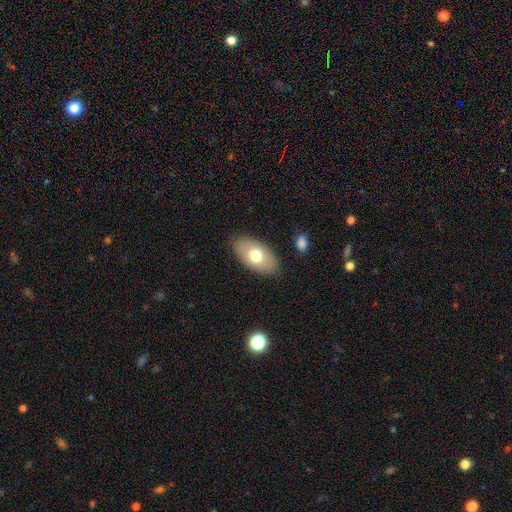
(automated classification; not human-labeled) smooth-or-featured: smooth: 69% | featured or disk: 24% | star or artifact: 7%
  how-rounded: in between: 94% | round: 4% | cigar-shaped: 2%
  merging: none: 84% | minor disturbance: 11% | major disturbance: 3% | merger: 2%